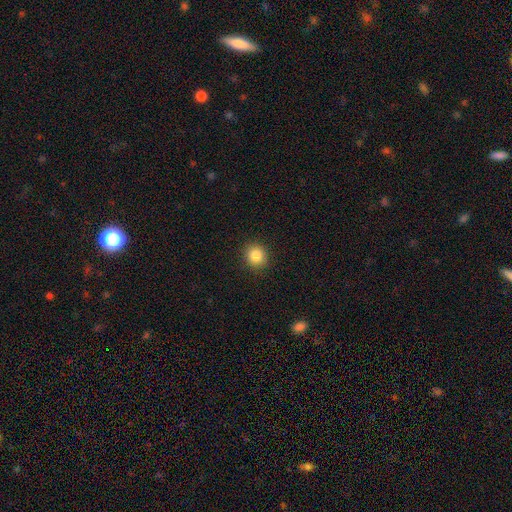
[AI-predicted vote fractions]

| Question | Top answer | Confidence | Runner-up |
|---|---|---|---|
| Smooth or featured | smooth | 85% | star or artifact (10%) |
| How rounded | round | 85% | in between (14%) |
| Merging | none | 91% | minor disturbance (6%) |